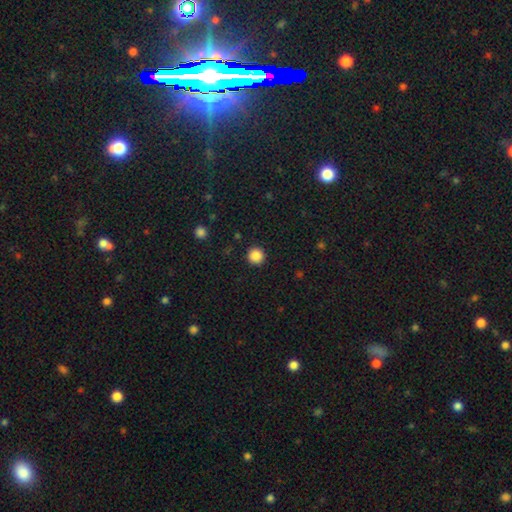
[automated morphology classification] Smooth or featured? Predicted: smooth (p=0.87). How rounded? Predicted: round (p=0.95). Merging? Predicted: none (p=0.93).